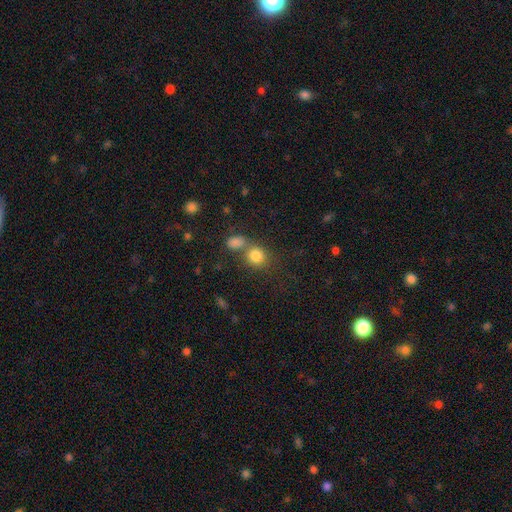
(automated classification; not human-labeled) Smooth or featured? smooth (81%)
How rounded? round (71%)
Merging? none (49%)